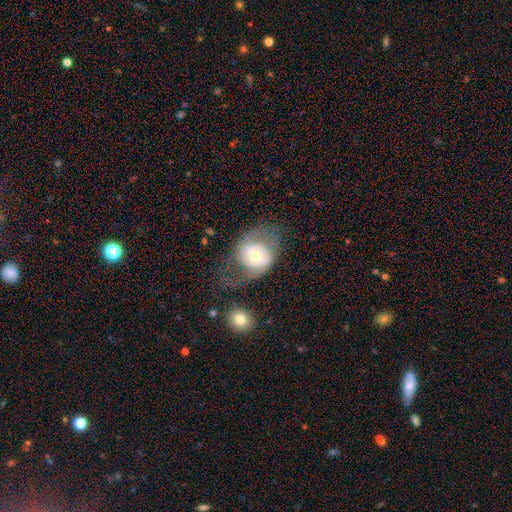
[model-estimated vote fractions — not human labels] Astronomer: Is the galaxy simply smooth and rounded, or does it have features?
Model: featured or disk — 50% (runner-up: smooth, 43%).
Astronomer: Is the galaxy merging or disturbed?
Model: none — 39% (runner-up: major disturbance, 35%).